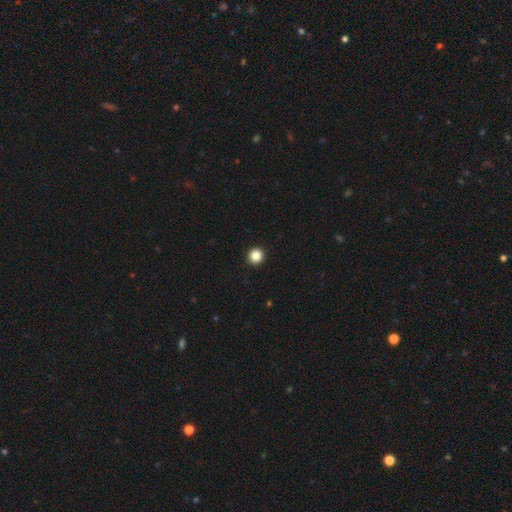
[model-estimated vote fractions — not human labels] smooth 86%, star or artifact 10%, featured or disk 3%. Down the decision tree: how rounded — round (95%); merging — none (94%).